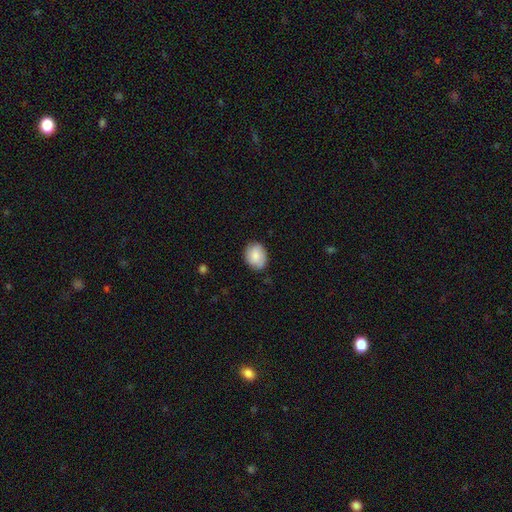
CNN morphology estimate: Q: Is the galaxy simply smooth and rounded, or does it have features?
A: smooth — 82%.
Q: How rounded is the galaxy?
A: in between — 54%.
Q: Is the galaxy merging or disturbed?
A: none — 80%.